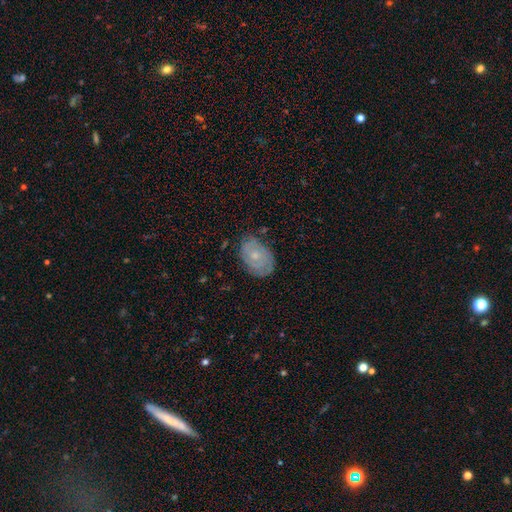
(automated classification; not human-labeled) Morphology: type=featured or disk (60%); edge-on=no (96%); bar=no (80%); spiral arms=yes (78%); bulge=small (61%); merging=none (73%).